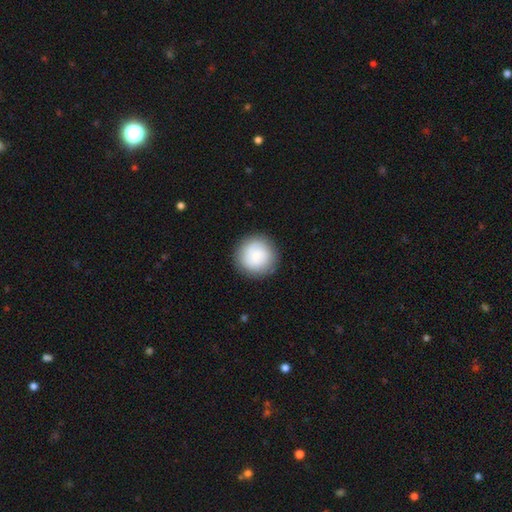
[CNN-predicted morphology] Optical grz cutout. It shows a smooth galaxy with no disk features (76%) that is round (95%). Merging: none (87%).